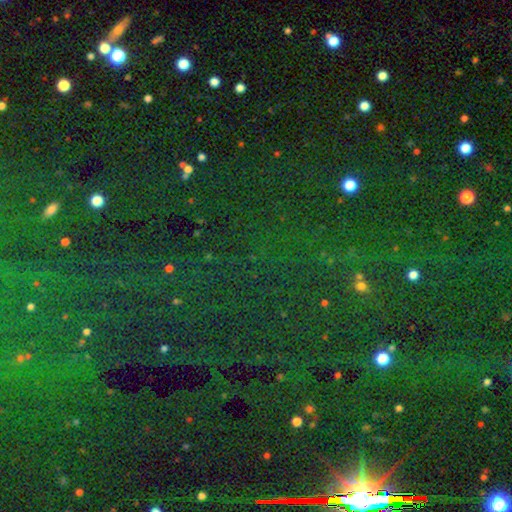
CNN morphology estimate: Smooth or featured? Predicted: star or artifact (p=0.79).